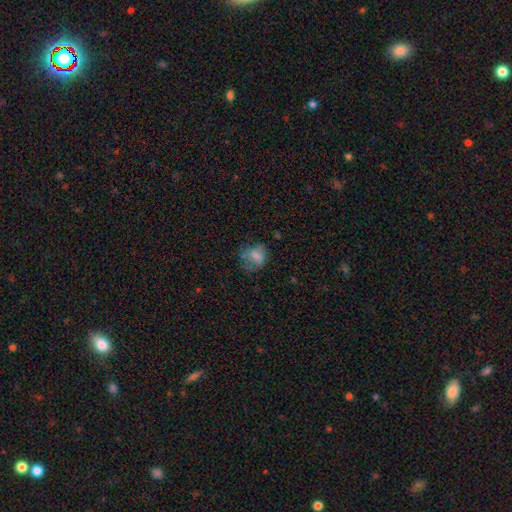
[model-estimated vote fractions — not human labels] A smooth galaxy with no disk features (65%) that is round (58%). Merging: none (46%).